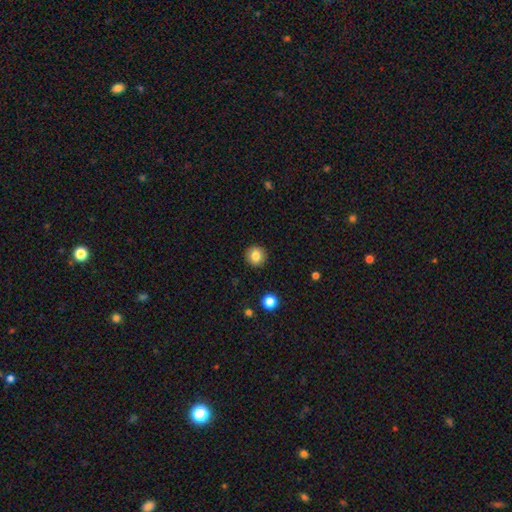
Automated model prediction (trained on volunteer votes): Smooth or featured: smooth — 83% (star or artifact — 10%)
How rounded: round — 93% (in between — 6%)
Merging: none — 92% (minor disturbance — 5%)